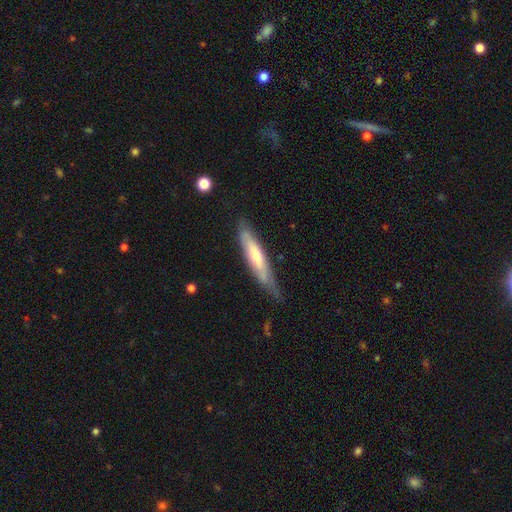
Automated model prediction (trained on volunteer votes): A smooth galaxy with no disk features (48%).

Vote fractions:
- Smooth or featured? smooth: 48% / featured or disk: 46% / star or artifact: 5%
- Merging? none: 65% / minor disturbance: 27% / major disturbance: 6% / merger: 2%